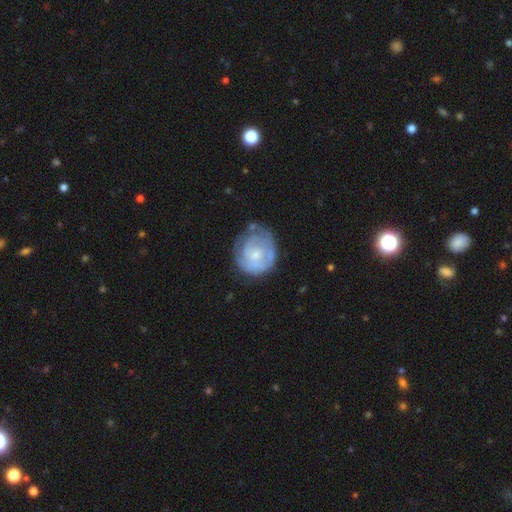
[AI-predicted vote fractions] A featured or disk galaxy (61%) with no bar (73%), spiral arms (66%) and a small central bulge (50%).

Vote fractions:
- Smooth or featured? featured or disk: 61% / smooth: 33% / star or artifact: 6%
- Edge-on disk? no: 98% / yes: 2%
- Bar? no: 73% / weak: 24% / strong: 3%
- Spiral arms? yes: 66% / no: 34%
- Bulge size? small: 50% / moderate: 41% / none: 5% / large: 3% / dominant: 1%
- Merging? none: 55% / minor disturbance: 28% / major disturbance: 14% / merger: 4%